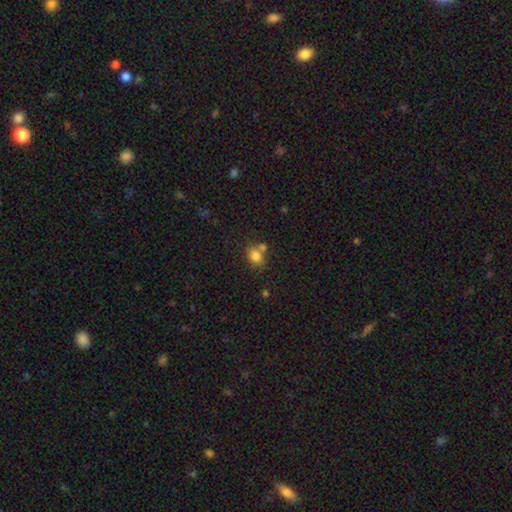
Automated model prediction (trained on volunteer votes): A smooth galaxy with no disk features (81%) that is in between round and cigar-shaped (51%). Merging: none (56%).